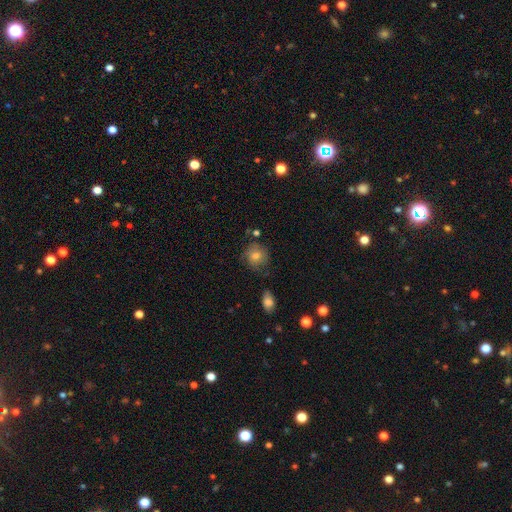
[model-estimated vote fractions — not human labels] This is likely a smooth galaxy (70%). How rounded: clearly round (82%). Merging: likely none (66%).